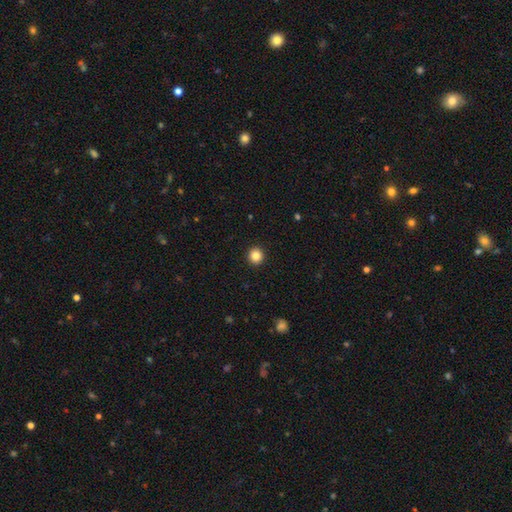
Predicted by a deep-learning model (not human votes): This appears to be a smooth galaxy with no disk features (84%) that is round (93%). Merging: none (93%).